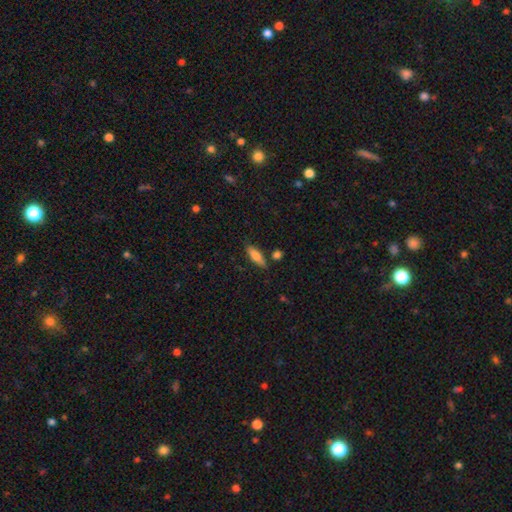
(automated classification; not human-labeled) Smooth or featured? smooth (73%)
How rounded? cigar-shaped (51%)
Merging? none (79%)